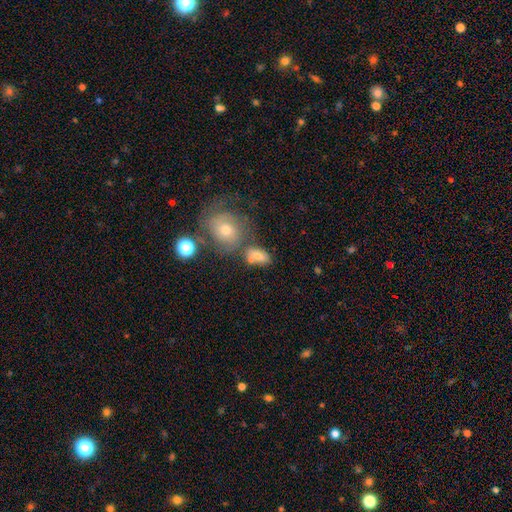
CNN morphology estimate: Overall: smooth (69%). How rounded: in between (79%). Merging: none (48%; merger 28%).